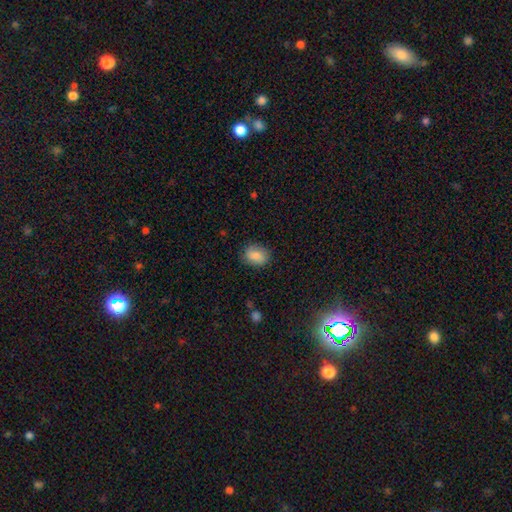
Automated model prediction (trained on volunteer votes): This appears to be a smooth galaxy with no disk features (85%) that is in between round and cigar-shaped (66%). Merging: none (81%).